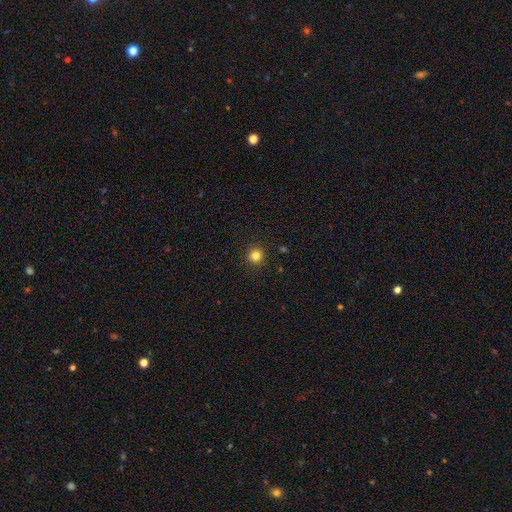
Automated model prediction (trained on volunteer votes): smooth_or_featured: smooth (p=0.82) [alt: star or artifact p=0.14]
how_rounded: round (p=0.95) [alt: in between p=0.04]
merging: none (p=0.92) [alt: minor disturbance p=0.05]